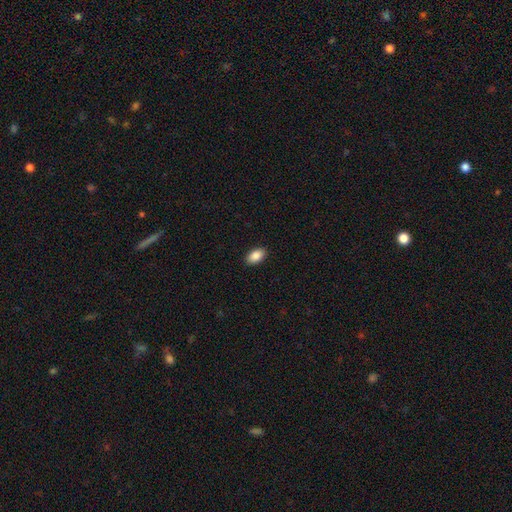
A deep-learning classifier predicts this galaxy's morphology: Smooth or featured? smooth (88%)
How rounded? in between (93%)
Merging? none (90%)